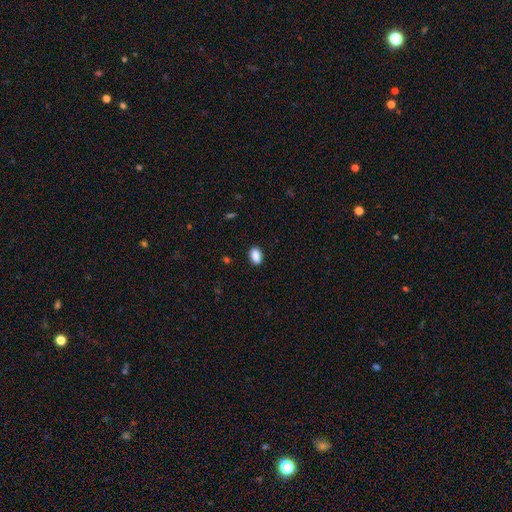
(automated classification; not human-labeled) Smooth or featured?
  - smooth: 88% *
  - star or artifact: 8%
  - featured or disk: 4%
How rounded?
  - in between: 87% *
  - round: 11%
  - cigar-shaped: 2%
Merging?
  - none: 88% *
  - minor disturbance: 9%
  - major disturbance: 2%
  - merger: 1%